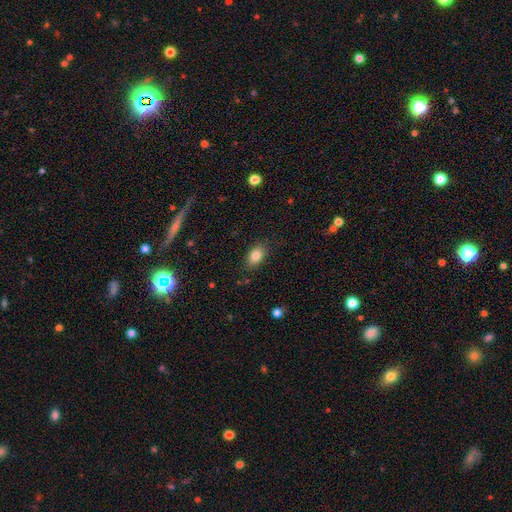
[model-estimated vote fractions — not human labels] Smooth or featured? Predicted: smooth (p=0.83). How rounded? Predicted: in between (p=0.85). Merging? Predicted: none (p=0.83).